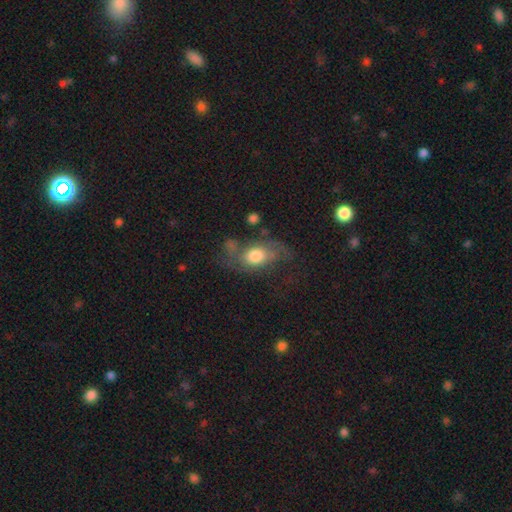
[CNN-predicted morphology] smooth-or-featured: featured or disk: 47% | smooth: 45% | star or artifact: 8%
  merging: none: 37% | major disturbance: 33% | minor disturbance: 24% | merger: 7%